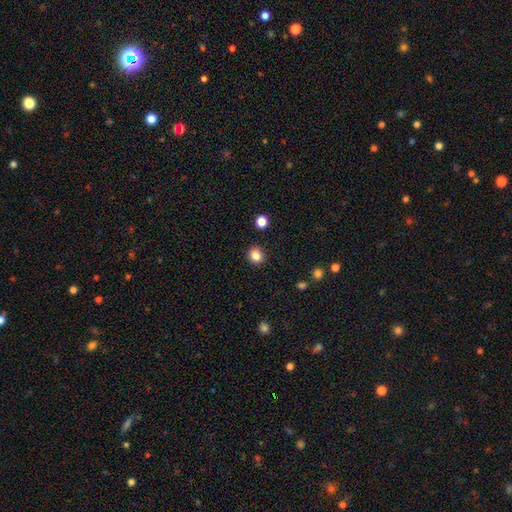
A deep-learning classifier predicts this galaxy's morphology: type=smooth (85%); roundness=round (82%); merging=none (90%).